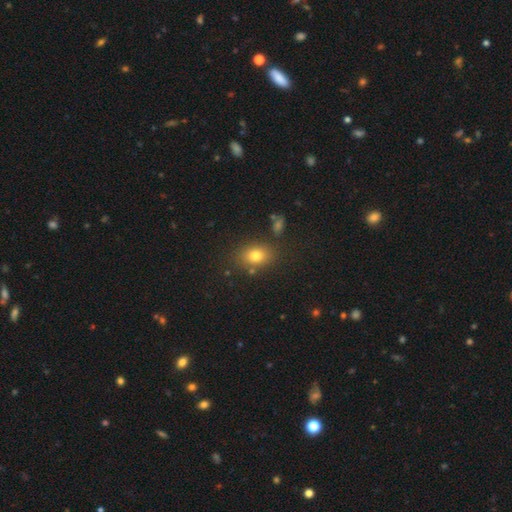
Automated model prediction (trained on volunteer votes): Overall: smooth (77%). How rounded: in between (66%; round 33%). Merging: none (79%).